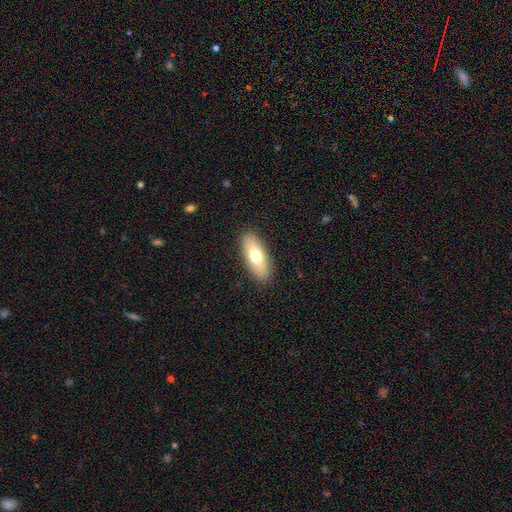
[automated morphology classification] Smooth or featured? smooth (70%)
How rounded? in between (78%)
Merging? none (89%)